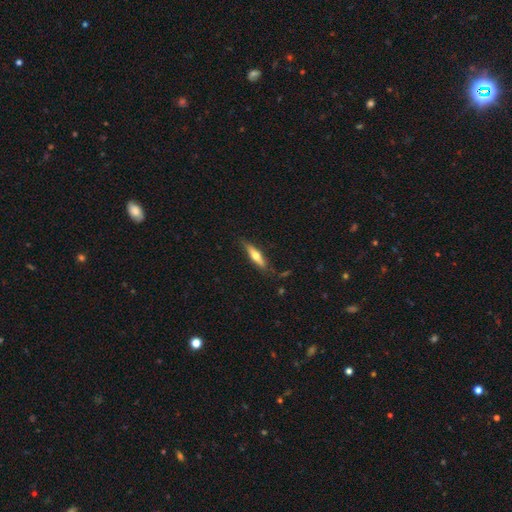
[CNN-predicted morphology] type=smooth (52%); roundness=cigar-shaped (76%); merging=none (78%).